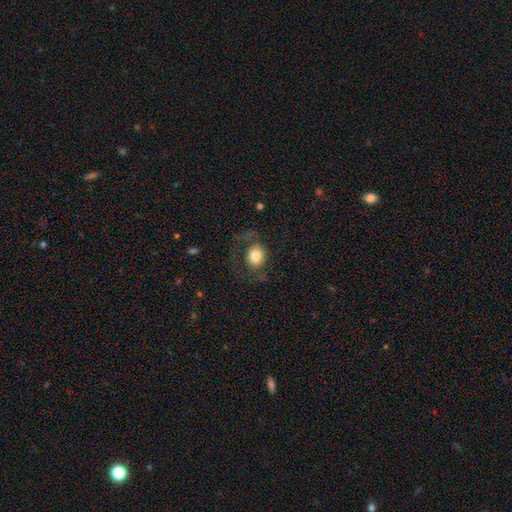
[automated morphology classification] The model was most divided on "merging": none: 53%, major disturbance: 27%, minor disturbance: 18%, merger: 2%. More confident: smooth or featured — smooth (73%); how rounded — round (71%).